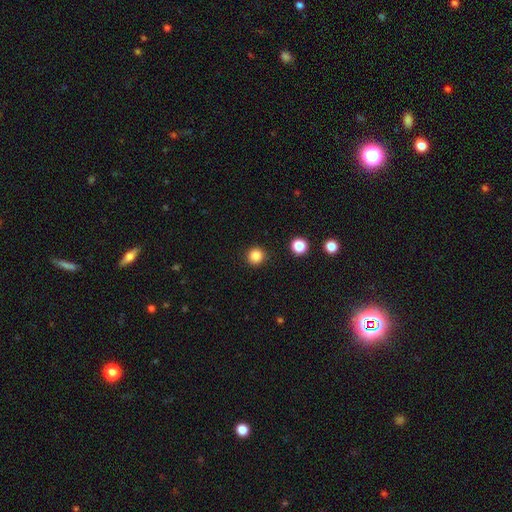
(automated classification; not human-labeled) The model was most divided on "smooth or featured": smooth: 85%, star or artifact: 12%, featured or disk: 3%. More confident: how rounded — round (94%); merging — none (91%).